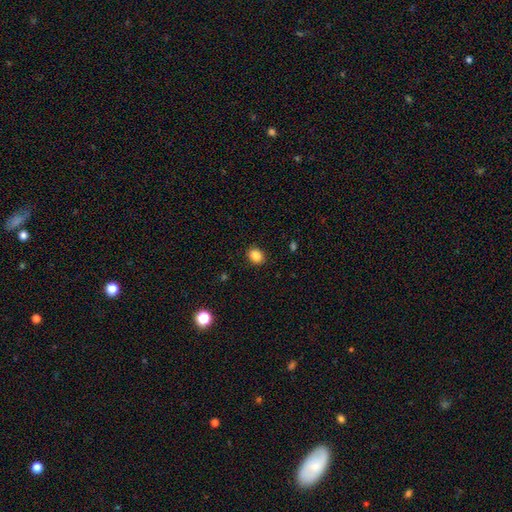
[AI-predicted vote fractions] The model was most divided on "how rounded": in between: 50%, round: 49%, cigar-shaped: 1%. More confident: merging — none (89%); smooth or featured — smooth (86%).